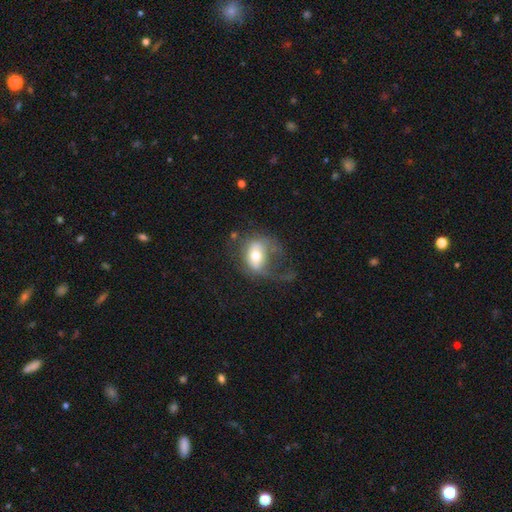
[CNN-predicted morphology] This is possibly a smooth galaxy (53%). How rounded: likely in between (63%). Merging: possibly major disturbance (50%).